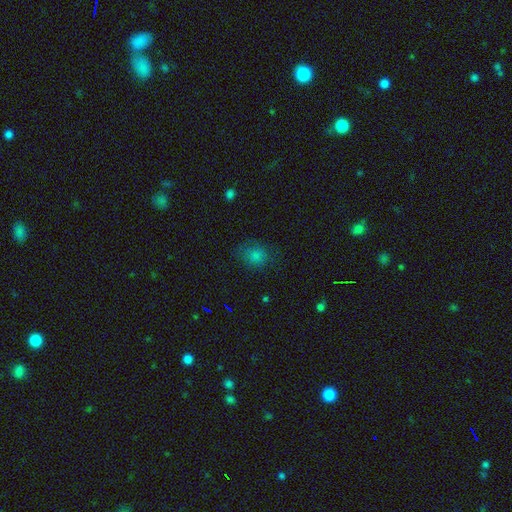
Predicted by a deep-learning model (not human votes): Smooth or featured? smooth (70%)
How rounded? round (67%)
Merging? none (73%)